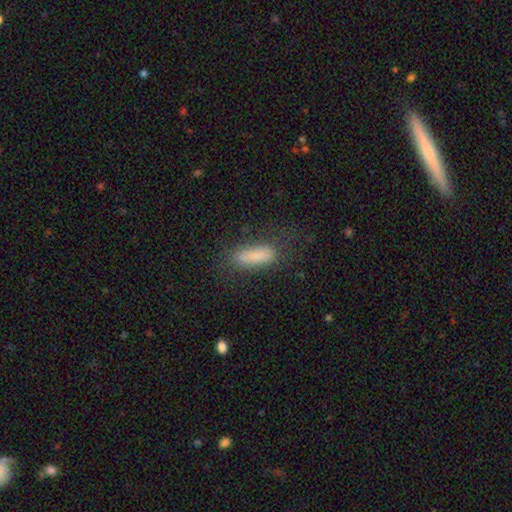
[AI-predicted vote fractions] smooth 80%, featured or disk 11%, star or artifact 9%. Down the decision tree: how rounded — in between (50%); merging — none (70%).